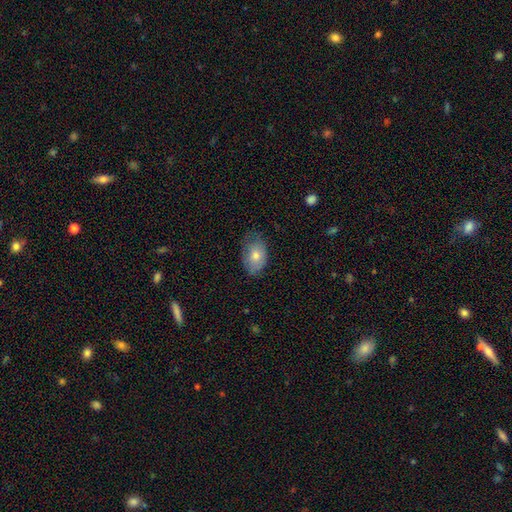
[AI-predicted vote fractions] Overall: smooth (66%). How rounded: in between (86%). Merging: none (66%; minor disturbance 26%).